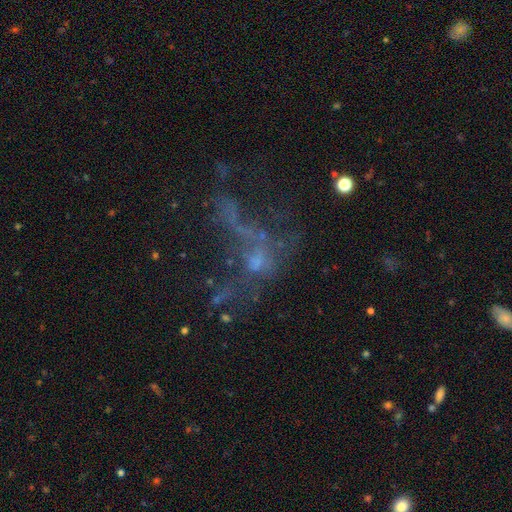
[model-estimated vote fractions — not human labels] smooth_or_featured: featured or disk (p=0.47) [alt: star or artifact p=0.35]
merging: major disturbance (p=0.42) [alt: none p=0.33]